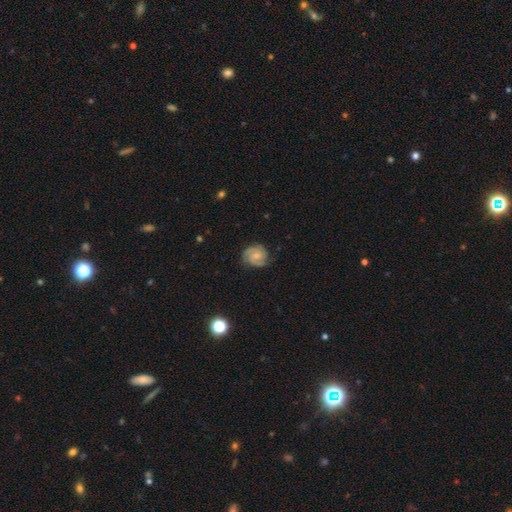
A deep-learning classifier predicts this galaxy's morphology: Smooth or featured? featured or disk (76%)
Edge-on disk? no (98%)
Bar? no (69%)
Spiral arms? yes (96%)
Spiral winding? tight (56%)
Spiral arm count? 2 (45%)
Bulge size? small (58%)
Merging? none (74%)